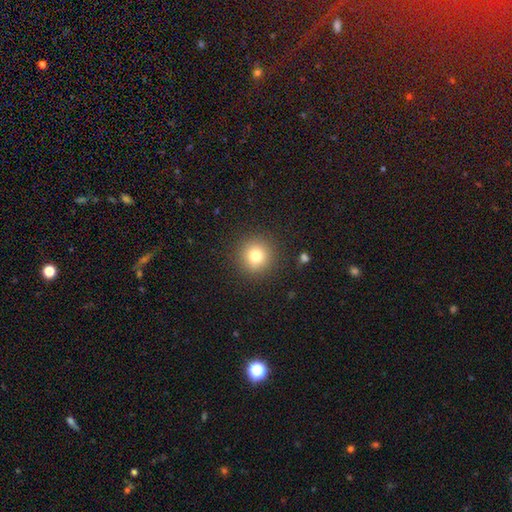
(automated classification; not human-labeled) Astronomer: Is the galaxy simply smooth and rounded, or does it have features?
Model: smooth — 78%.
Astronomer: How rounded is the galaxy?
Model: round — 93%.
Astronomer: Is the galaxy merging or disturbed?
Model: none — 90%.